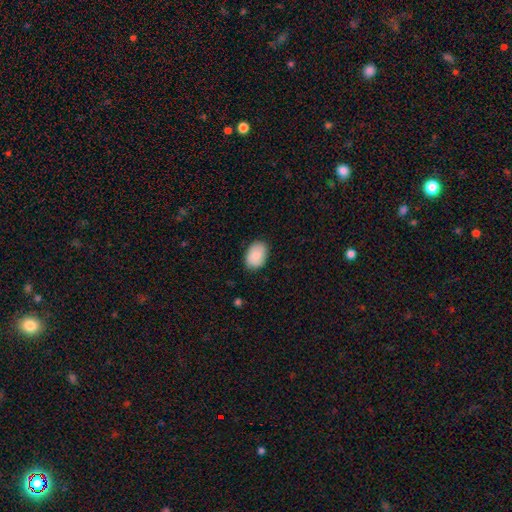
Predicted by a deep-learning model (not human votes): Q: Smooth or featured?
A: smooth (89%); runner-up: star or artifact (6%)
Q: How rounded?
A: in between (83%); runner-up: round (16%)
Q: Merging?
A: none (84%); runner-up: minor disturbance (13%)